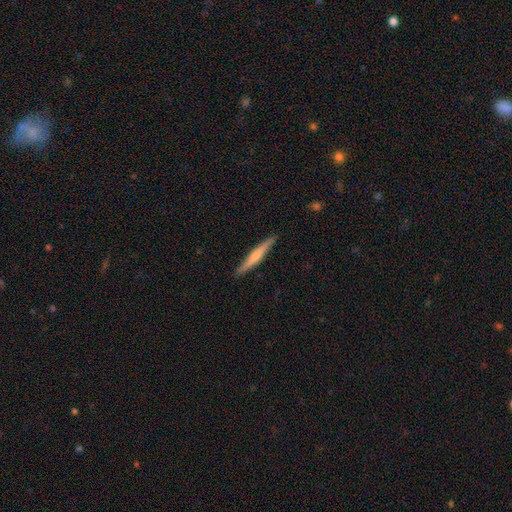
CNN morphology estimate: Smooth or featured: featured or disk — 48% (smooth — 47%)
Merging: none — 91% (minor disturbance — 7%)